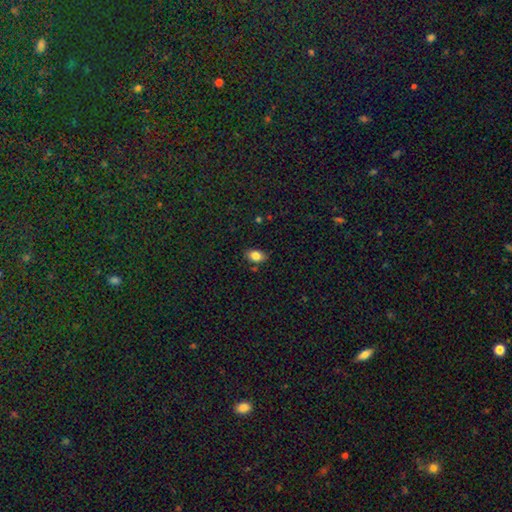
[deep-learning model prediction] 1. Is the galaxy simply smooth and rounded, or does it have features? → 84% smooth, 10% star or artifact, 7% featured or disk.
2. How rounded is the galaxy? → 85% in between, 13% round, 2% cigar-shaped.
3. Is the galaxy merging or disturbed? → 81% none, 14% minor disturbance, 3% merger, 3% major disturbance.